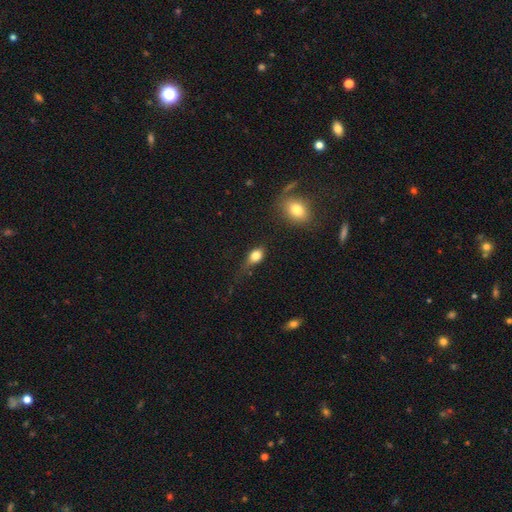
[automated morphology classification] Smooth or featured? smooth (79%)
How rounded? in between (71%)
Merging? none (46%)